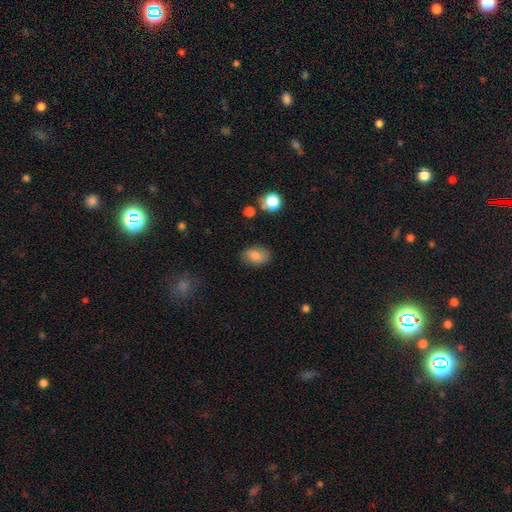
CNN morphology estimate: smooth-or-featured: smooth: 82% | featured or disk: 9% | star or artifact: 9%
  how-rounded: in between: 83% | round: 16% | cigar-shaped: 1%
  merging: none: 81% | minor disturbance: 13% | major disturbance: 3% | merger: 2%